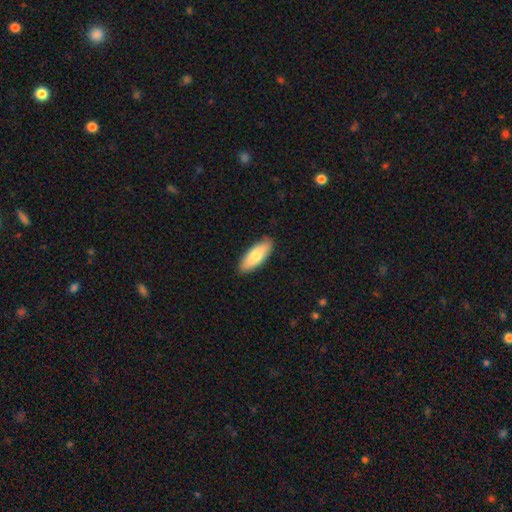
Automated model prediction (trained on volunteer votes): A smooth galaxy with no disk features (77%) that is in between round and cigar-shaped (70%).

Vote fractions:
- Smooth or featured? smooth: 77% / featured or disk: 17% / star or artifact: 5%
- How rounded? in between: 70% / cigar-shaped: 28% / round: 2%
- Merging? none: 88% / minor disturbance: 9% / major disturbance: 2% / merger: 1%